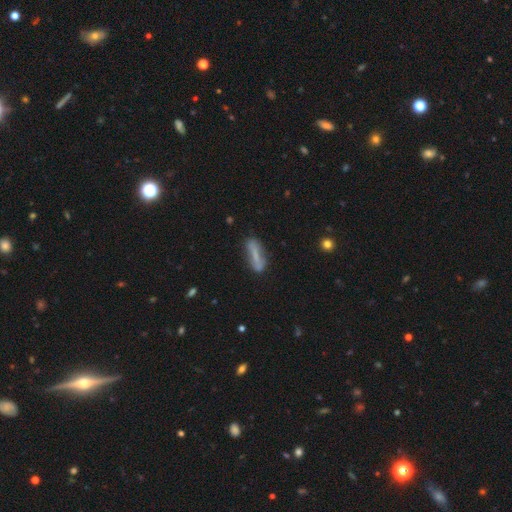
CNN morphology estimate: Q: Smooth or featured?
A: smooth (56%); runner-up: featured or disk (34%)
Q: How rounded?
A: cigar-shaped (62%); runner-up: in between (35%)
Q: Merging?
A: none (69%); runner-up: minor disturbance (19%)